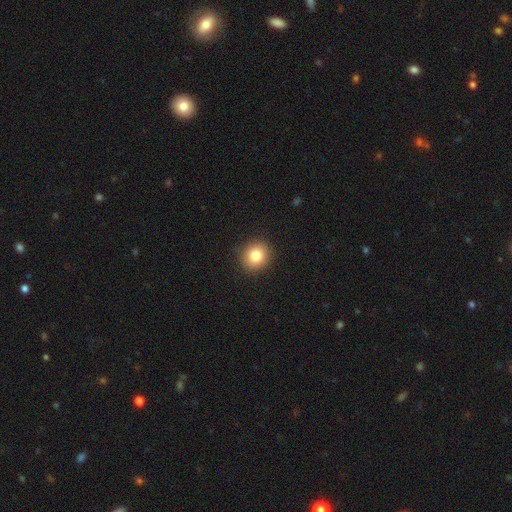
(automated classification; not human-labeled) Smooth or featured? Predicted: smooth (p=0.83). How rounded? Predicted: round (p=0.86). Merging? Predicted: none (p=0.91).